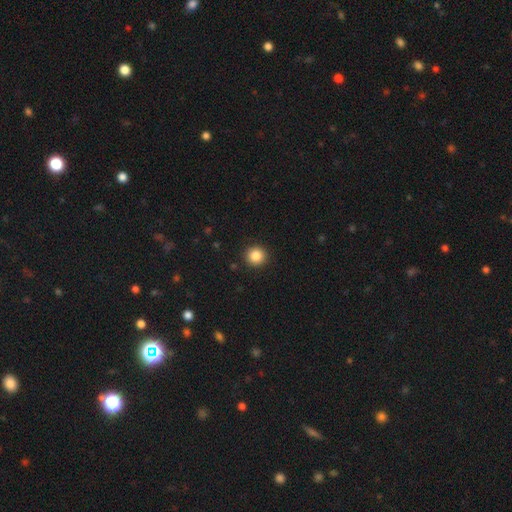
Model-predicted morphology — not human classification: Smooth or featured?
  - smooth: 86% *
  - star or artifact: 10%
  - featured or disk: 4%
How rounded?
  - round: 93% *
  - in between: 6%
  - cigar-shaped: 1%
Merging?
  - none: 92% *
  - minor disturbance: 5%
  - major disturbance: 2%
  - merger: 1%